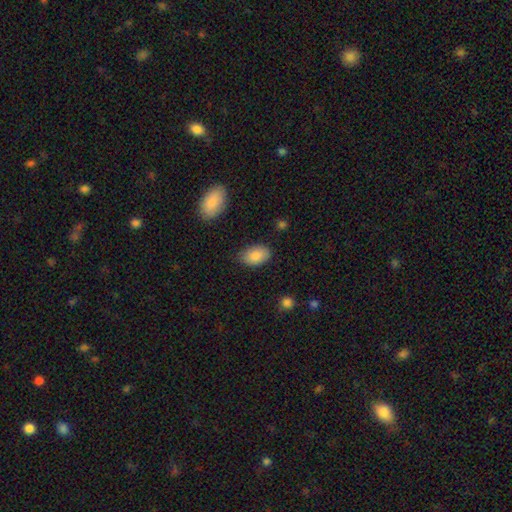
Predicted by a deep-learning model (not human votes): Smooth or featured: smooth — 86% (star or artifact — 7%)
How rounded: in between — 91% (round — 7%)
Merging: none — 78% (minor disturbance — 17%)